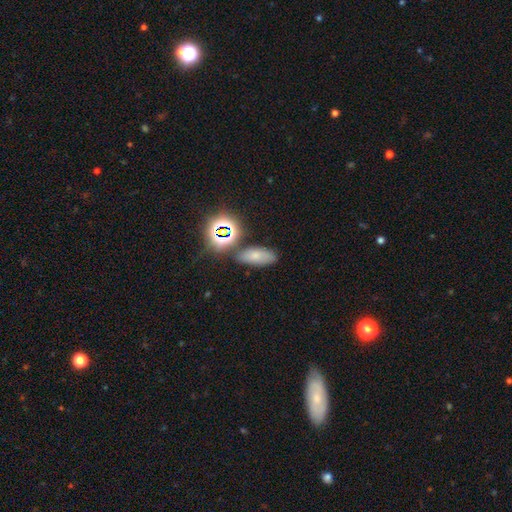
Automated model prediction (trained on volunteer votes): smooth_or_featured: smooth (p=0.64) [alt: star or artifact p=0.23]
how_rounded: in between (p=0.78) [alt: cigar-shaped p=0.12]
merging: none (p=0.73) [alt: minor disturbance p=0.14]